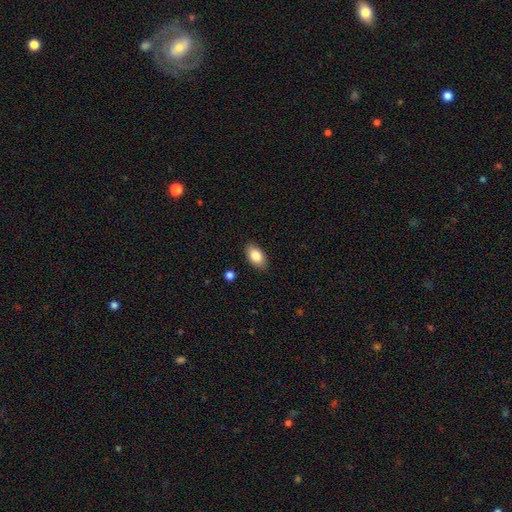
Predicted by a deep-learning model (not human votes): The model was most divided on "merging": none: 87%, minor disturbance: 10%, major disturbance: 2%, merger: 1%. More confident: how rounded — in between (93%); smooth or featured — smooth (85%).